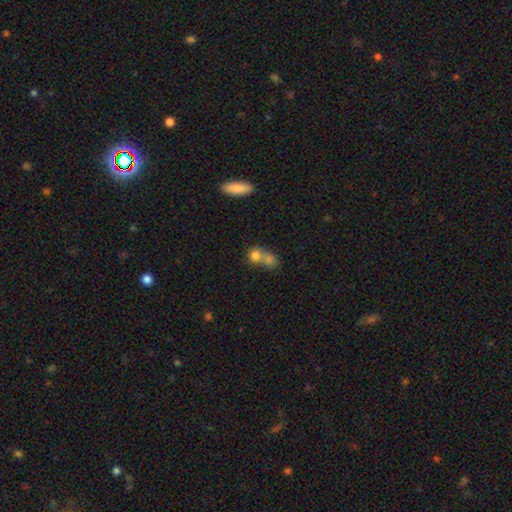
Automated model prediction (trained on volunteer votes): Smooth or featured? smooth (77%)
How rounded? round (72%)
Merging? merger (65%)